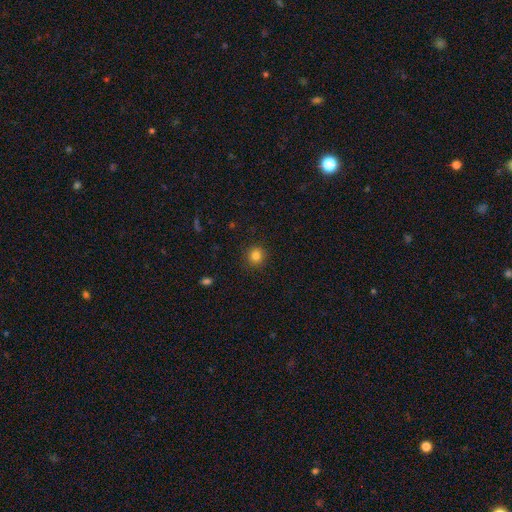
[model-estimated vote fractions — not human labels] Smooth or featured: smooth — 82% (star or artifact — 12%)
How rounded: round — 91% (in between — 8%)
Merging: none — 90% (minor disturbance — 7%)